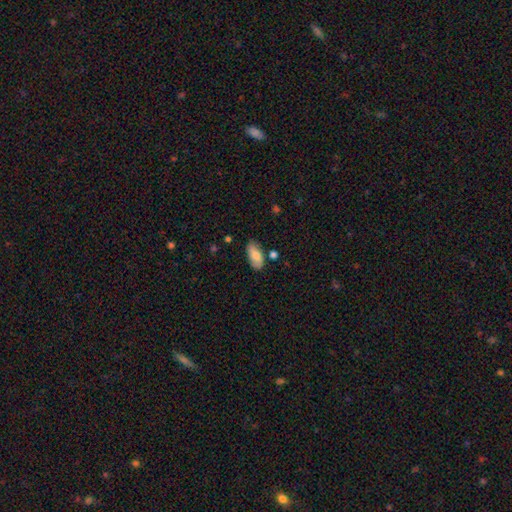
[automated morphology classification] The model was most divided on "smooth or featured": smooth: 74%, featured or disk: 19%, star or artifact: 7%. More confident: how rounded — in between (91%); merging — none (76%).